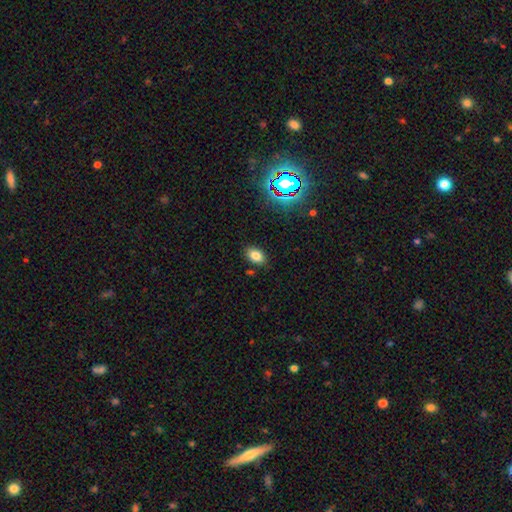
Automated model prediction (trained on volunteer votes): Smooth or featured: smooth — 79% (star or artifact — 14%)
How rounded: in between — 86% (round — 12%)
Merging: none — 85% (minor disturbance — 10%)